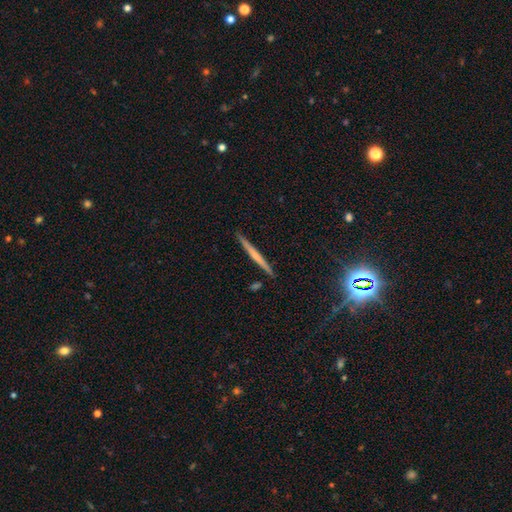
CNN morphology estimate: smooth_or_featured: featured or disk (p=0.50) [alt: smooth p=0.42]
disk_edge_on: yes (p=0.98) [alt: no p=0.02]
merging: none (p=0.91) [alt: minor disturbance p=0.06]